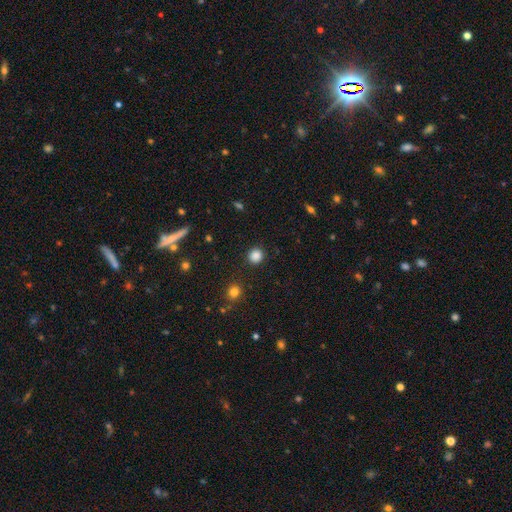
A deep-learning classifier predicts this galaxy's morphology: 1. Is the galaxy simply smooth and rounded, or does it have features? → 85% smooth, 12% star or artifact, 3% featured or disk.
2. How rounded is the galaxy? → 90% round, 9% in between, 1% cigar-shaped.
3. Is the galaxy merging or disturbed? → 90% none, 6% minor disturbance, 2% major disturbance, 2% merger.